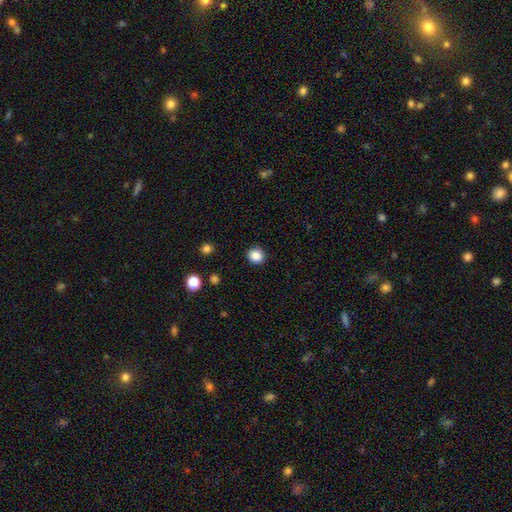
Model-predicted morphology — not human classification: Smooth or featured: smooth — 87% (star or artifact — 10%)
How rounded: round — 80% (in between — 19%)
Merging: none — 90% (minor disturbance — 6%)